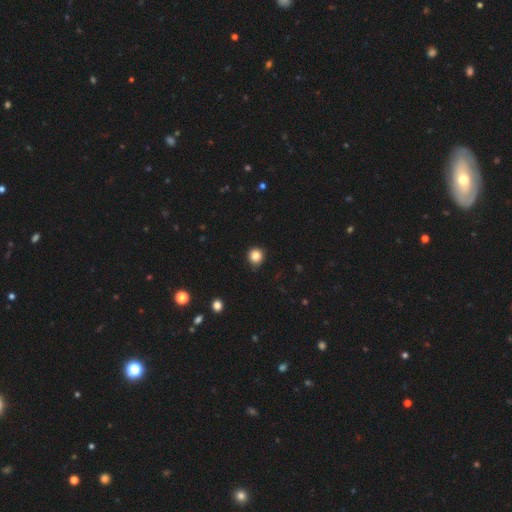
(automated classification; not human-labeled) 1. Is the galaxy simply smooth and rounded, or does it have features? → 84% smooth, 12% star or artifact, 4% featured or disk.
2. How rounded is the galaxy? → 91% round, 8% in between, 1% cigar-shaped.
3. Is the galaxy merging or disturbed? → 90% none, 7% minor disturbance, 2% major disturbance, 1% merger.